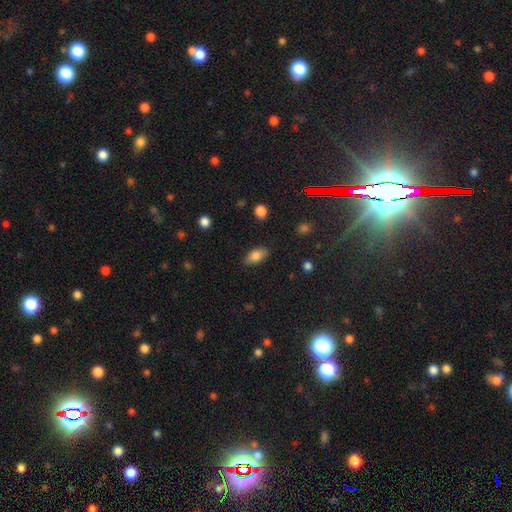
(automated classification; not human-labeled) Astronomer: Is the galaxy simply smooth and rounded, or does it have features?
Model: smooth — 81%.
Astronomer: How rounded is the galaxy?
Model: in between — 88%.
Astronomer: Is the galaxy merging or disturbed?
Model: none — 84%.